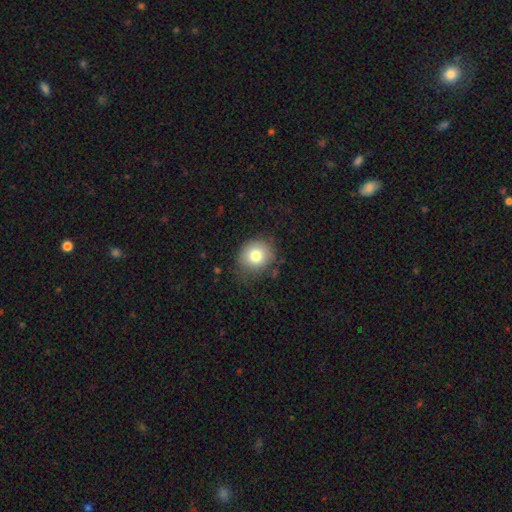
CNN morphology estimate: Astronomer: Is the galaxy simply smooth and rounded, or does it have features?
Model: smooth — 78%.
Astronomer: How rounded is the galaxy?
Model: round — 78%.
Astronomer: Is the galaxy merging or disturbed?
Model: none — 77%.